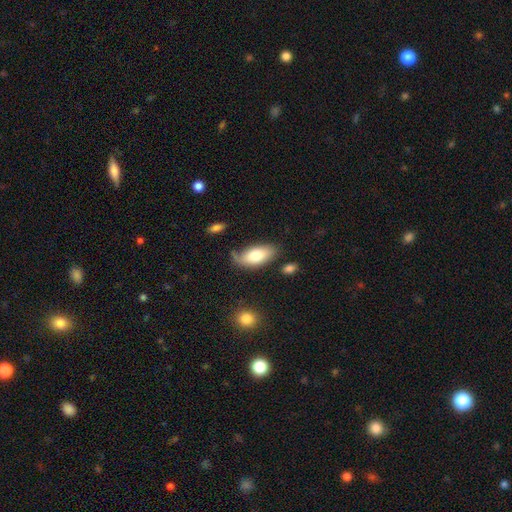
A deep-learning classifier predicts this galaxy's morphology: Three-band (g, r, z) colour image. It shows a smooth galaxy with no disk features (74%) that is in between round and cigar-shaped (91%). Merging: none (60%).